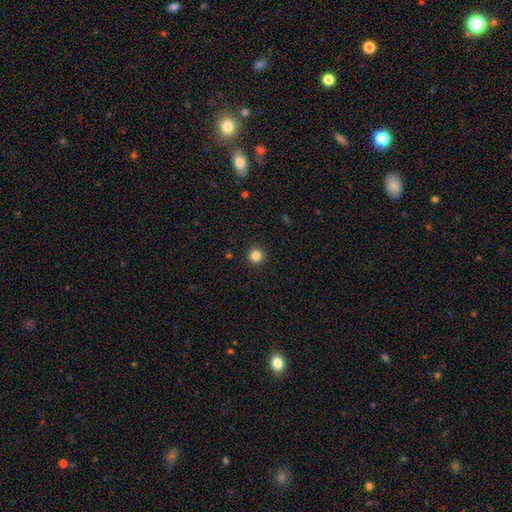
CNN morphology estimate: This is clearly a smooth galaxy (84%). How rounded: clearly round (95%). Merging: clearly none (93%).